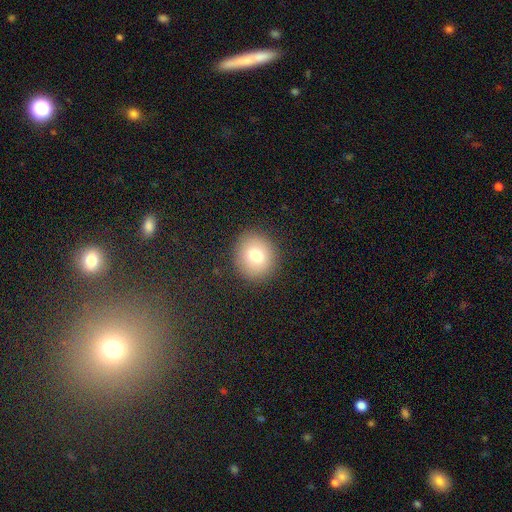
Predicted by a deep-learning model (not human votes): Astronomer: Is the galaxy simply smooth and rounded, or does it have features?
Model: smooth — 75%.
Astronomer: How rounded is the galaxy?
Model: round — 85%.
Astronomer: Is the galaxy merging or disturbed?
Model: none — 89%.